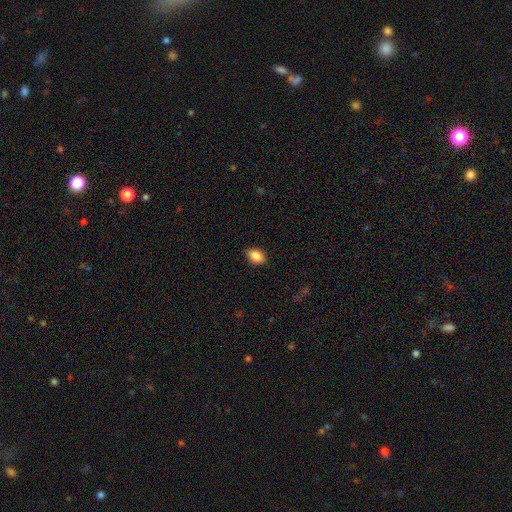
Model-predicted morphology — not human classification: Smooth or featured?
  - smooth: 86% *
  - star or artifact: 8%
  - featured or disk: 6%
How rounded?
  - in between: 78% *
  - round: 21%
  - cigar-shaped: 1%
Merging?
  - none: 87% *
  - minor disturbance: 10%
  - major disturbance: 2%
  - merger: 1%